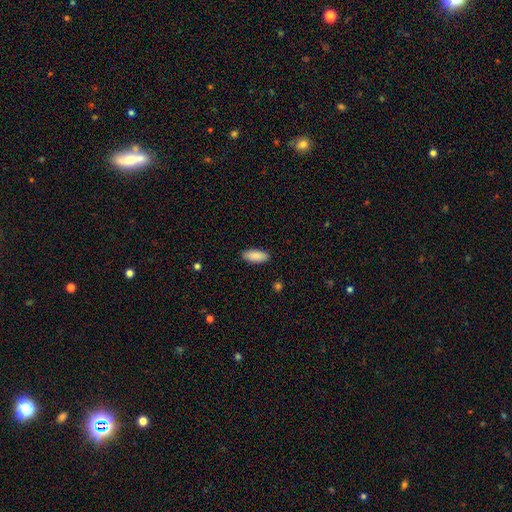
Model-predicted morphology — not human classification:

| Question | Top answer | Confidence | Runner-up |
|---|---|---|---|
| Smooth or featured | smooth | 90% | star or artifact (6%) |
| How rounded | in between | 86% | cigar-shaped (13%) |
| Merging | none | 89% | minor disturbance (8%) |